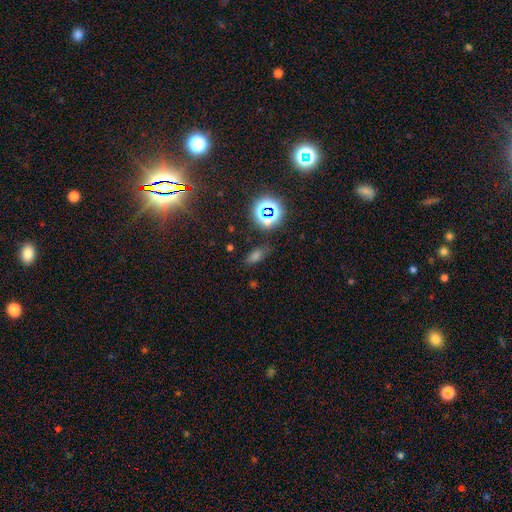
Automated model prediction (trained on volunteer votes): This appears to be a smooth galaxy with no disk features (45%). Merging: none (78%).